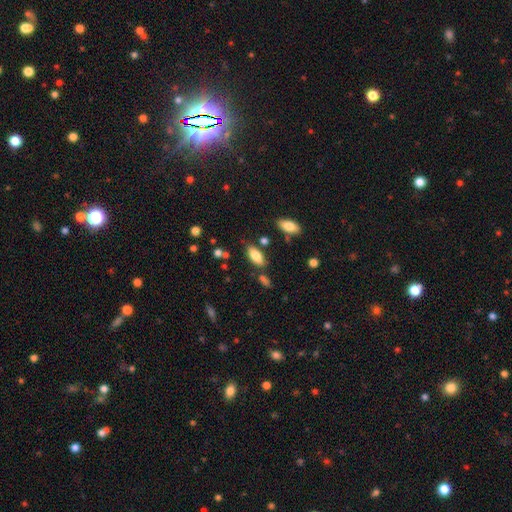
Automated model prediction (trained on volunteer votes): smooth_or_featured: smooth (p=0.80) [alt: featured or disk p=0.12]
how_rounded: in between (p=0.86) [alt: cigar-shaped p=0.12]
merging: none (p=0.76) [alt: minor disturbance p=0.14]